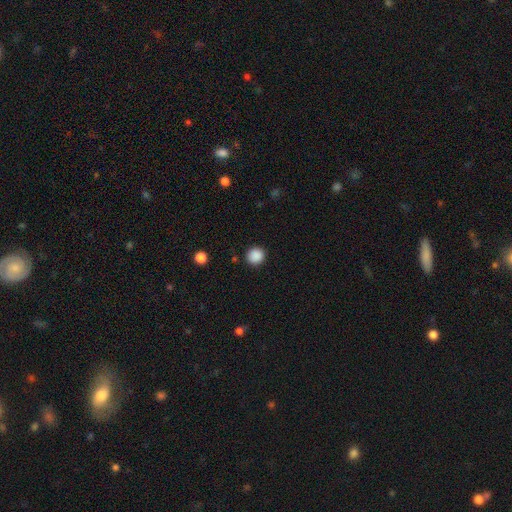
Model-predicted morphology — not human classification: Smooth or featured? Predicted: smooth (p=0.88). How rounded? Predicted: round (p=0.90). Merging? Predicted: none (p=0.90).